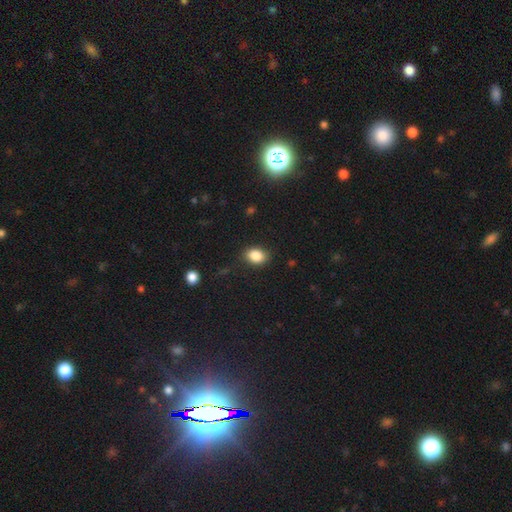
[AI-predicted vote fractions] Smooth or featured?
  - smooth: 86% *
  - star or artifact: 9%
  - featured or disk: 5%
How rounded?
  - in between: 73% *
  - round: 26%
  - cigar-shaped: 1%
Merging?
  - none: 84% *
  - minor disturbance: 11%
  - major disturbance: 3%
  - merger: 1%